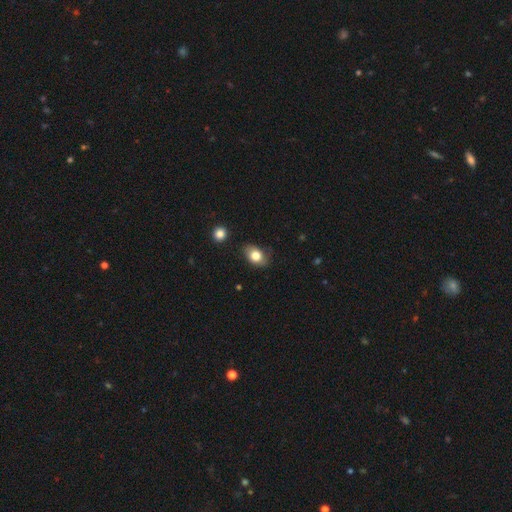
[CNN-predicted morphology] The model was most divided on "merging": none: 76%, minor disturbance: 18%, major disturbance: 4%, merger: 2%. More confident: smooth or featured — smooth (80%); how rounded — in between (79%).